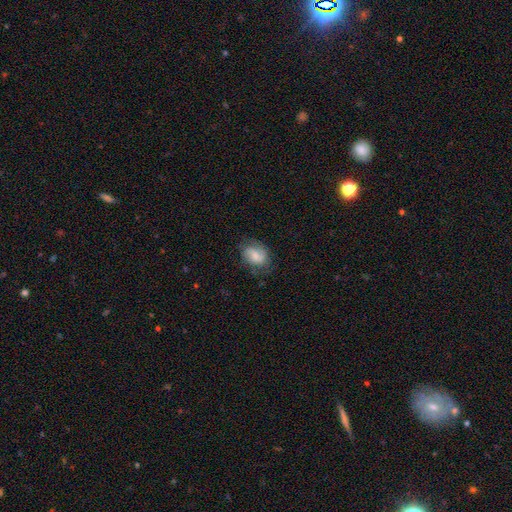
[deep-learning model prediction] smooth 58%, featured or disk 34%, star or artifact 8%. Down the decision tree: how rounded — in between (67%); merging — none (63%).